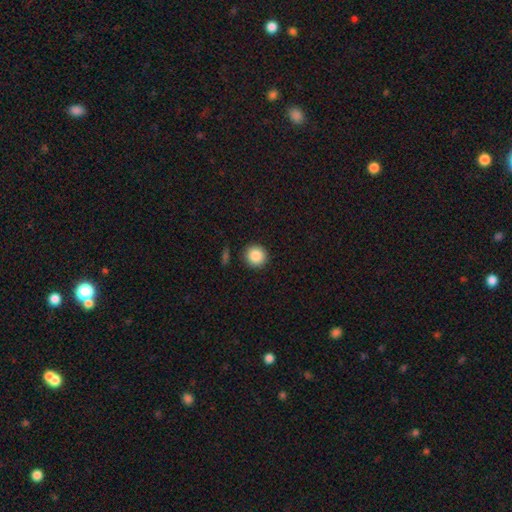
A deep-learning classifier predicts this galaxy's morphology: smooth-or-featured: smooth: 87% | star or artifact: 8% | featured or disk: 4%
  how-rounded: round: 94% | in between: 6% | cigar-shaped: 1%
  merging: none: 90% | minor disturbance: 6% | major disturbance: 2% | merger: 2%